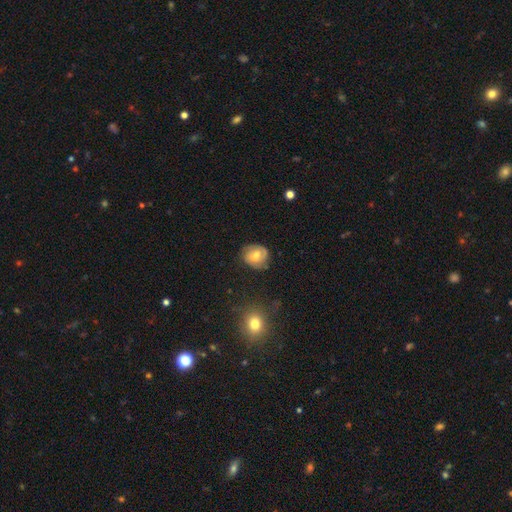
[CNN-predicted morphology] smooth_or_featured: smooth (p=0.52) [alt: featured or disk p=0.40]
how_rounded: round (p=0.66) [alt: in between p=0.33]
merging: none (p=0.72) [alt: minor disturbance p=0.20]